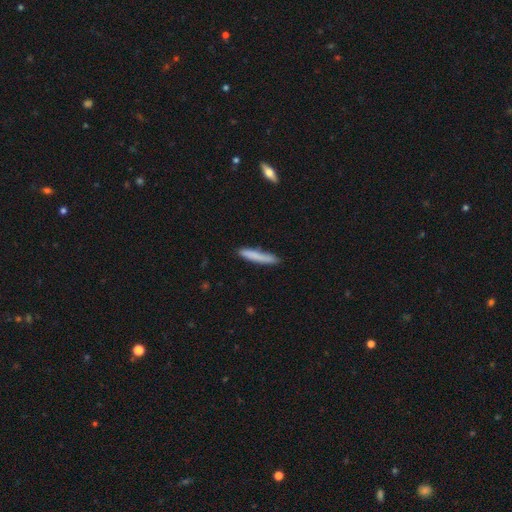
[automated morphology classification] Smooth or featured: smooth — 80% (featured or disk — 15%)
How rounded: cigar-shaped — 93% (in between — 5%)
Merging: none — 81% (minor disturbance — 14%)